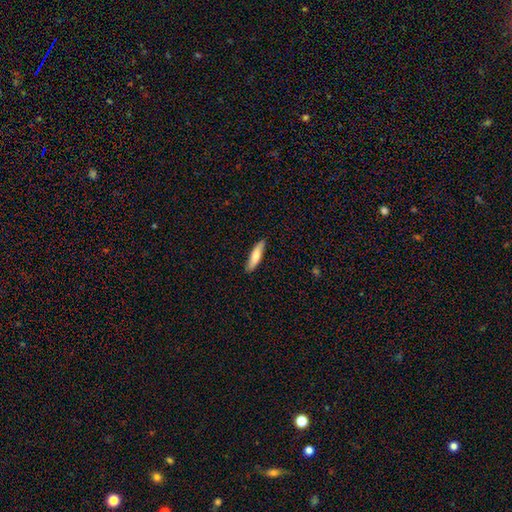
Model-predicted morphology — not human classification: This is likely a smooth galaxy (73%). How rounded: likely cigar-shaped (75%). Merging: clearly none (88%).